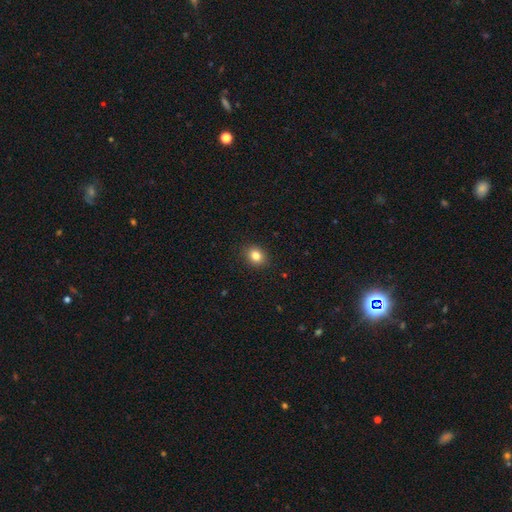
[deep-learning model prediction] smooth-or-featured: smooth: 83% | star or artifact: 11% | featured or disk: 6%
  how-rounded: round: 54% | in between: 45% | cigar-shaped: 1%
  merging: none: 90% | minor disturbance: 7% | major disturbance: 2% | merger: 1%